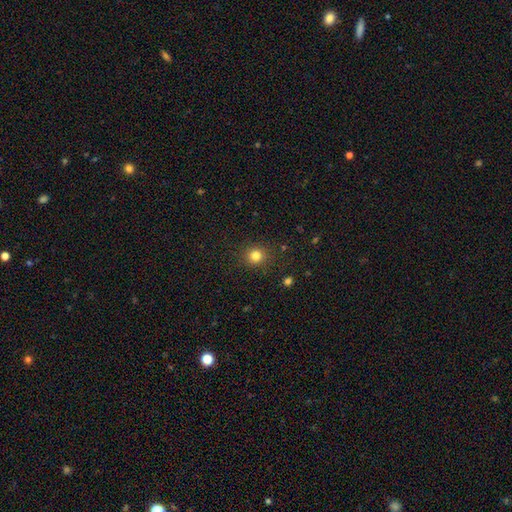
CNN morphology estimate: Smooth or featured? Predicted: smooth (p=0.81). How rounded? Predicted: round (p=0.89). Merging? Predicted: none (p=0.88).